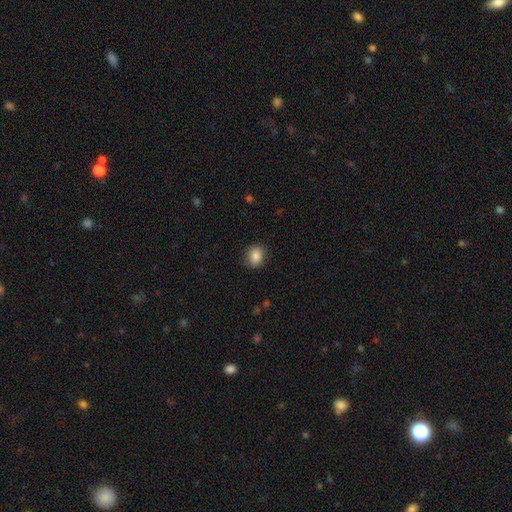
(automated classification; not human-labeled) smooth 85%, star or artifact 9%, featured or disk 6%. Down the decision tree: how rounded — round (58%); merging — none (85%).